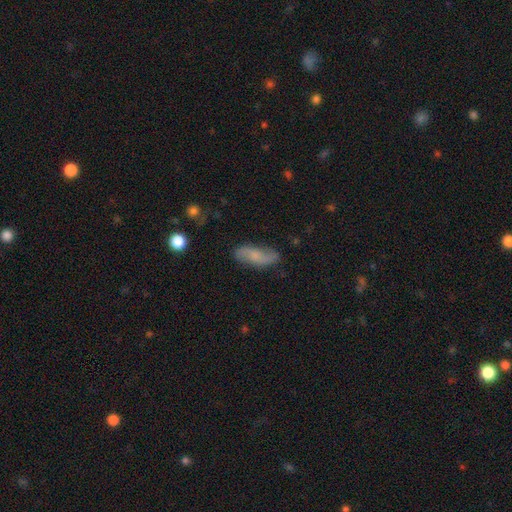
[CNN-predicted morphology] Smooth or featured? smooth (49%)
Merging? none (76%)